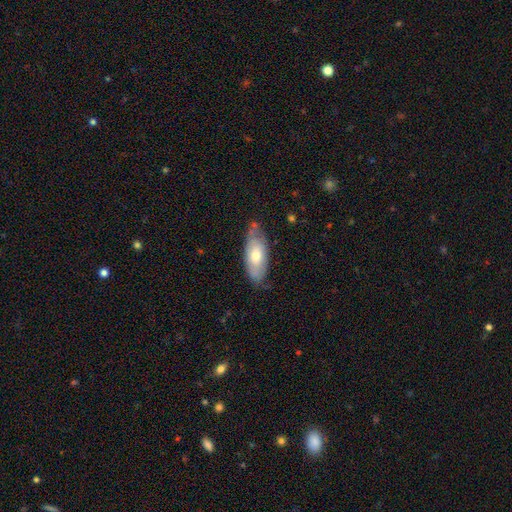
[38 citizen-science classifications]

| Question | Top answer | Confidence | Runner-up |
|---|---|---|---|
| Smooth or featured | smooth | 66% | featured or disk (26%) |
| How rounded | in between | 76% | cigar-shaped (24%) |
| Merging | none | 71% | minor disturbance (26%) |